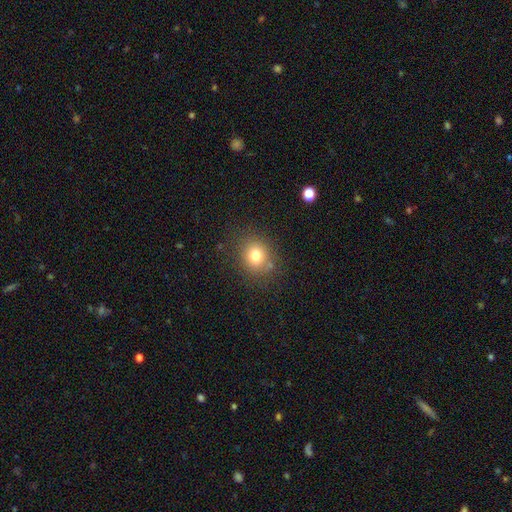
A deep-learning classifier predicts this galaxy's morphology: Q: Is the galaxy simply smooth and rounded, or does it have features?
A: smooth — 77%.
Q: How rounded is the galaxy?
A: round — 79%.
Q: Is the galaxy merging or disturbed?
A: none — 80%.